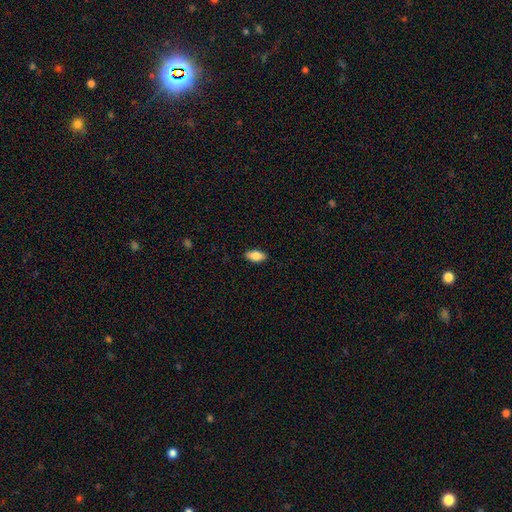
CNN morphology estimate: A smooth galaxy with no disk features (83%) that is in between round and cigar-shaped (91%).

Vote fractions:
- Smooth or featured? smooth: 83% / featured or disk: 10% / star or artifact: 7%
- How rounded? in between: 91% / cigar-shaped: 7% / round: 3%
- Merging? none: 89% / minor disturbance: 9% / major disturbance: 2% / merger: 1%